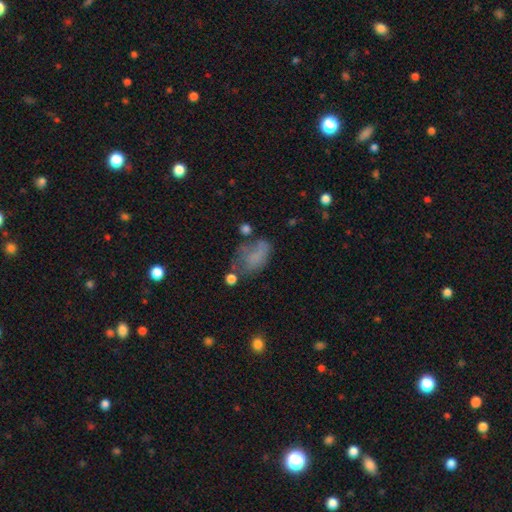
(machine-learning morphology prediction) Smooth or featured? Predicted: smooth (p=0.61). How rounded? Predicted: in between (p=0.84). Merging? Predicted: major disturbance (p=0.32, tied with none).